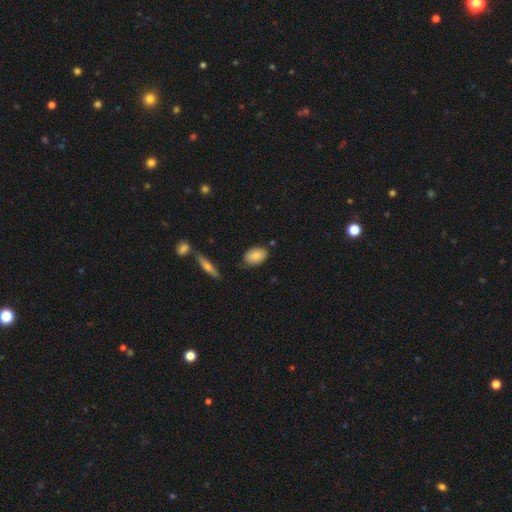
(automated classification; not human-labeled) Smooth or featured? smooth (81%)
How rounded? in between (89%)
Merging? none (77%)